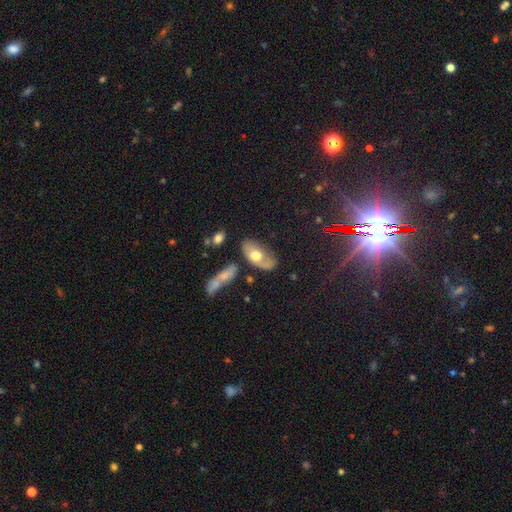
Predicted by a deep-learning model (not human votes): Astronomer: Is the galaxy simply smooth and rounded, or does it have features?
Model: smooth — 55% (runner-up: featured or disk, 37%).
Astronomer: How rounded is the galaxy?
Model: in between — 91%.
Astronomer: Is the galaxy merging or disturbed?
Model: none — 41% (runner-up: minor disturbance, 28%).